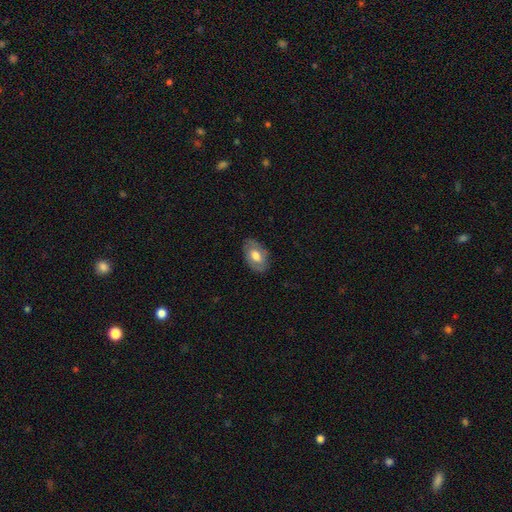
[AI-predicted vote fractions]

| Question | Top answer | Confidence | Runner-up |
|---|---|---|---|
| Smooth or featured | smooth | 60% | featured or disk (34%) |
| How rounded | in between | 91% | round (8%) |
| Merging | none | 81% | minor disturbance (14%) |